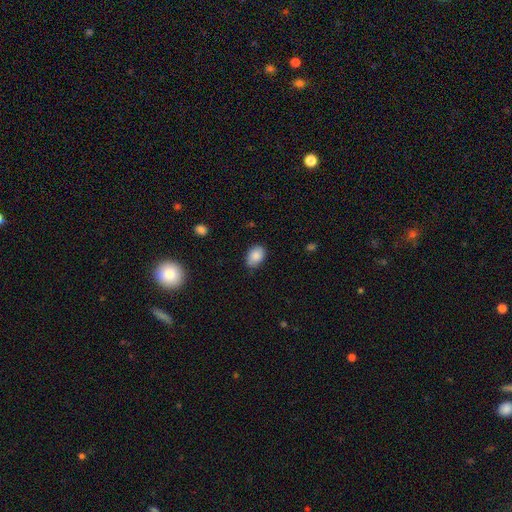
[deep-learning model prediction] Smooth or featured?
  - smooth: 87% *
  - star or artifact: 8%
  - featured or disk: 5%
How rounded?
  - in between: 79% *
  - round: 20%
  - cigar-shaped: 1%
Merging?
  - none: 74% *
  - minor disturbance: 22%
  - major disturbance: 3%
  - merger: 1%